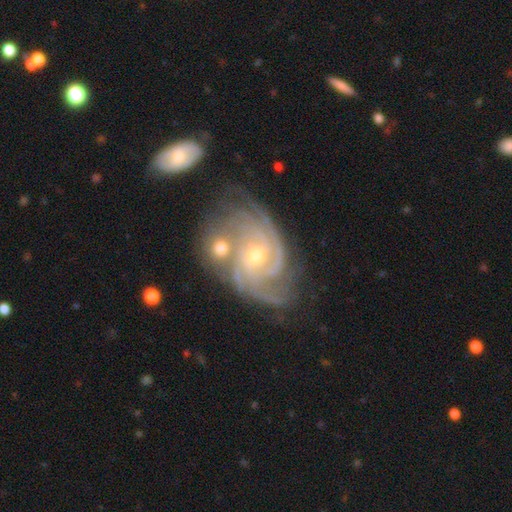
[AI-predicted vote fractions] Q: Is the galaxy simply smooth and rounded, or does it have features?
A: featured or disk — 89%.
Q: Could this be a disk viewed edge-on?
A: no — 97%.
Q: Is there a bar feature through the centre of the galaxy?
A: no — 65%.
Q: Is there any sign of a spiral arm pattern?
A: yes — 98%.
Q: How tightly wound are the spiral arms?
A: tight — 71%.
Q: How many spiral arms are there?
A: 3 — 34%.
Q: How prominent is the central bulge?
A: small — 49%.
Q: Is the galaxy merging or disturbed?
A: none — 52%.